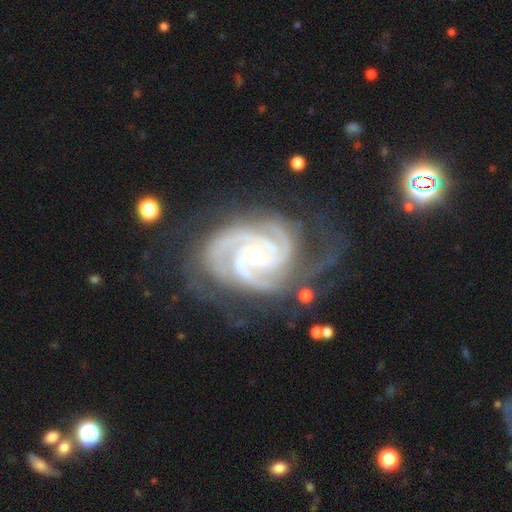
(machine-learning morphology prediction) Smooth or featured?
  - featured or disk: 94% *
  - star or artifact: 4%
  - smooth: 2%
Edge-on disk?
  - no: 98% *
  - yes: 2%
Bar?
  - no: 61% *
  - weak: 27%
  - strong: 12%
Spiral arms?
  - yes: 99% *
  - no: 1%
Spiral winding?
  - tight: 72% *
  - medium: 26%
  - loose: 2%
Spiral arm count?
  - 3: 48% *
  - 4: 19%
  - 2: 17%
  - can't tell: 7%
  - more than 4: 5%
  - 1: 5%
Bulge size?
  - small: 54% *
  - moderate: 42%
  - large: 2%
  - none: 1%
  - dominant: 1%
Merging?
  - none: 60% *
  - minor disturbance: 24%
  - major disturbance: 14%
  - merger: 2%